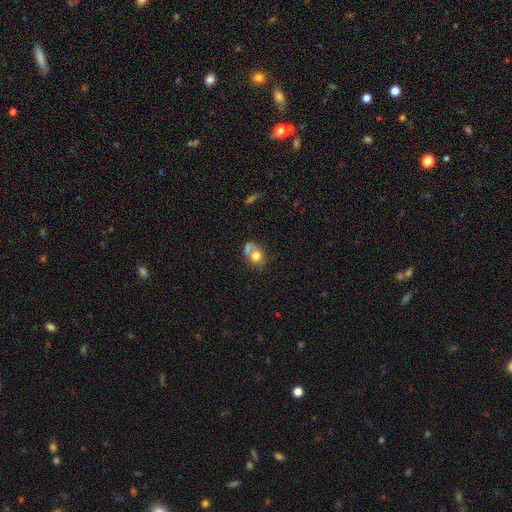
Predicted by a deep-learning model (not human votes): smooth-or-featured: smooth: 69% | featured or disk: 21% | star or artifact: 10%
  how-rounded: round: 55% | in between: 44% | cigar-shaped: 1%
  merging: merger: 43% | none: 30% | minor disturbance: 16% | major disturbance: 11%